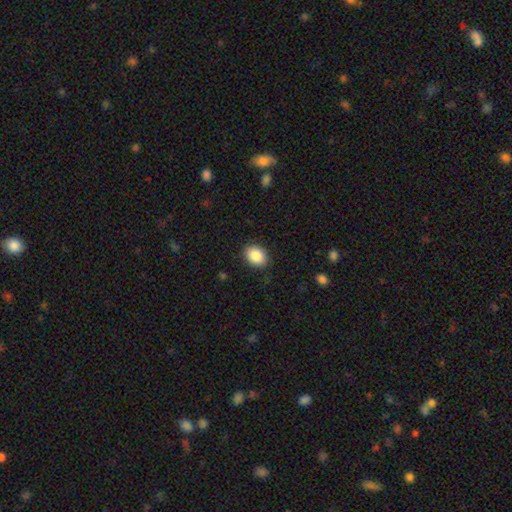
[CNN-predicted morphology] Smooth or featured? smooth (88%)
How rounded? in between (68%)
Merging? none (87%)